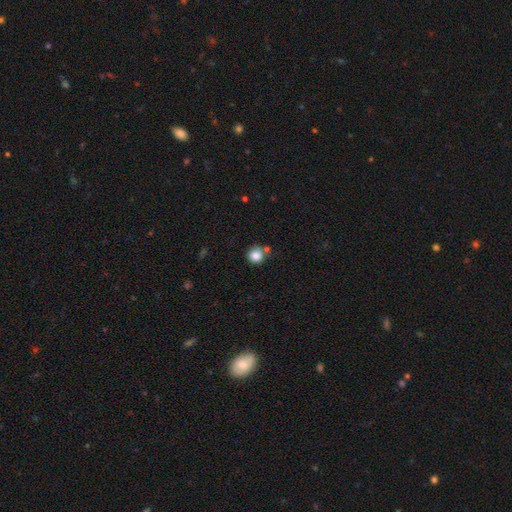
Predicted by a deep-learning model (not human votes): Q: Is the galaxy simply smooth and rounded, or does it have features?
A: smooth — 84%.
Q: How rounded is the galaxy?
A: round — 91%.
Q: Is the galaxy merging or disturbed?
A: none — 69%.